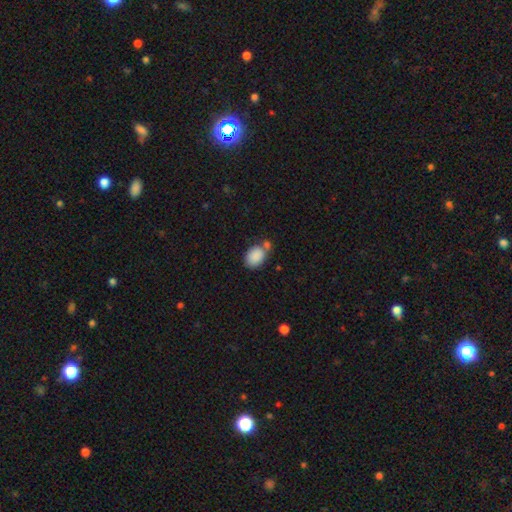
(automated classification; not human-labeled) Morphology: type=smooth (88%); roundness=in between (77%); merging=none (54%).